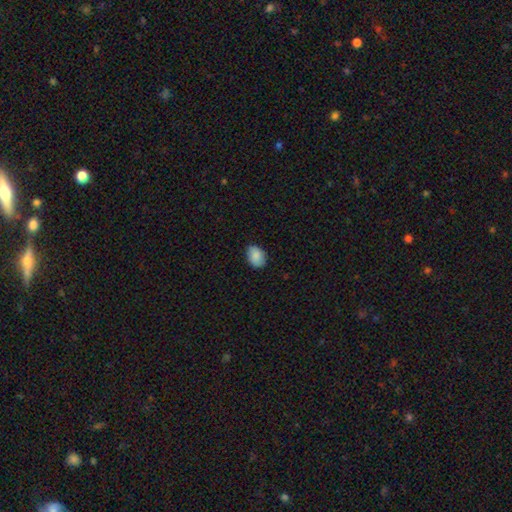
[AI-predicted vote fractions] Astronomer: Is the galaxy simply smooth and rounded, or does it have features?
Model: smooth — 86%.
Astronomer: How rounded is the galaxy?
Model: in between — 74%.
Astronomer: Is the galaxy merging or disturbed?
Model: none — 83%.